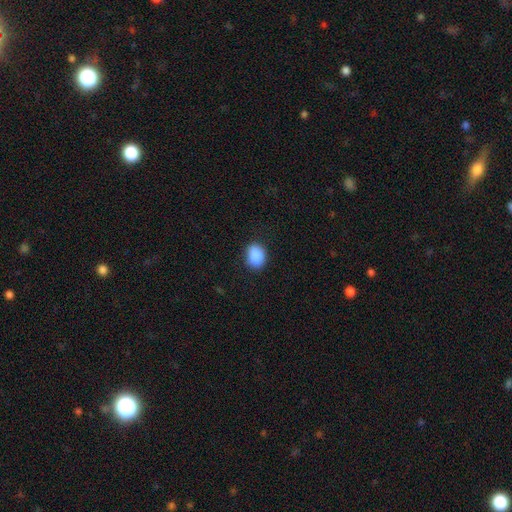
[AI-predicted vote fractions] This appears to be a smooth galaxy with no disk features (90%) that is in between round and cigar-shaped (64%). Merging: none (83%).